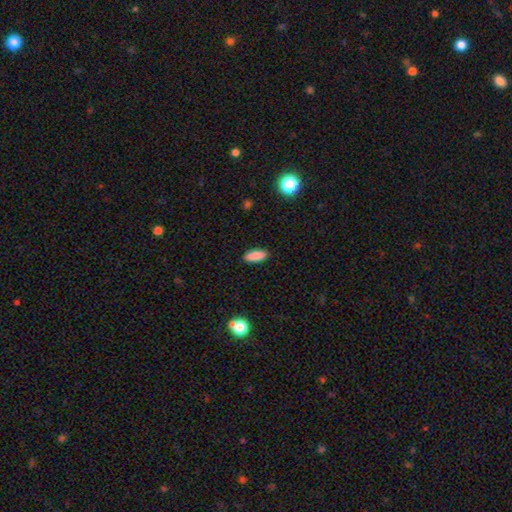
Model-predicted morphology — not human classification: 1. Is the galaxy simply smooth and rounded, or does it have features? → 87% smooth, 8% star or artifact, 5% featured or disk.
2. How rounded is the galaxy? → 77% in between, 21% cigar-shaped, 2% round.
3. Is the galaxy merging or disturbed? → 89% none, 8% minor disturbance, 2% major disturbance, 1% merger.